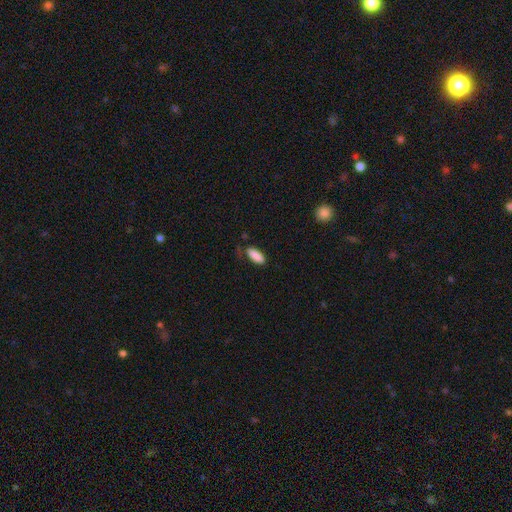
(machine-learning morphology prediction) A smooth galaxy with no disk features (88%) that is in between round and cigar-shaped (75%). Merging: none (66%).